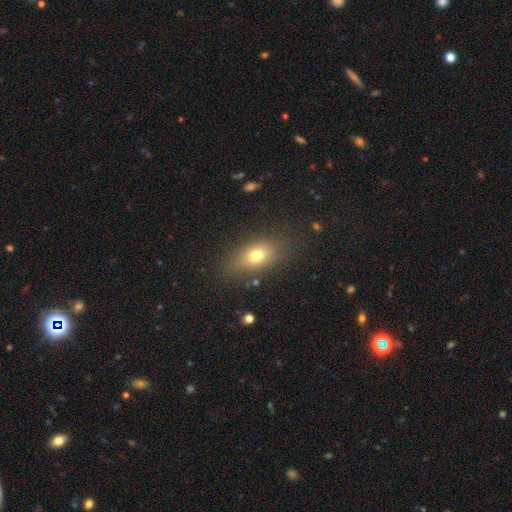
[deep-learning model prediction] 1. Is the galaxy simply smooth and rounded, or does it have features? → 72% smooth, 15% featured or disk, 13% star or artifact.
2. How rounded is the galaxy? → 78% in between, 15% round, 7% cigar-shaped.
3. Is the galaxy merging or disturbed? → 75% none, 16% minor disturbance, 7% major disturbance, 3% merger.